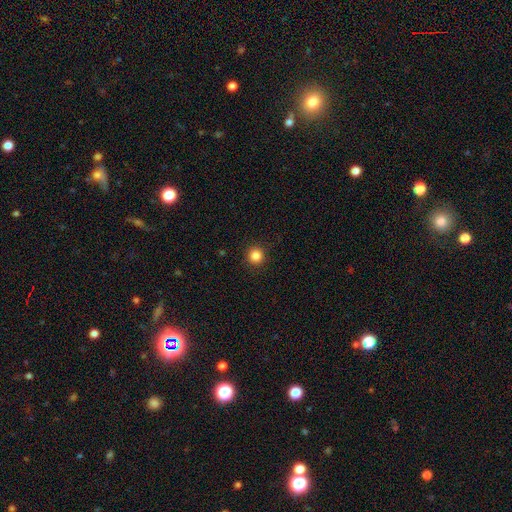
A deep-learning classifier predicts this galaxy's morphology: Smooth or featured? Predicted: smooth (p=0.85). How rounded? Predicted: round (p=0.95). Merging? Predicted: none (p=0.92).